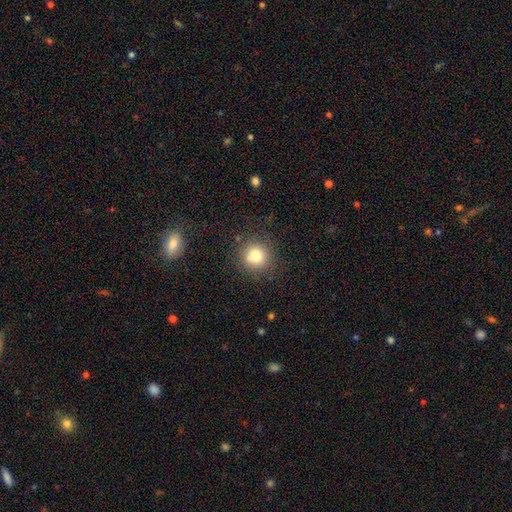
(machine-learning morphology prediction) smooth 76%, star or artifact 13%, featured or disk 11%. Down the decision tree: how rounded — round (92%); merging — none (77%).